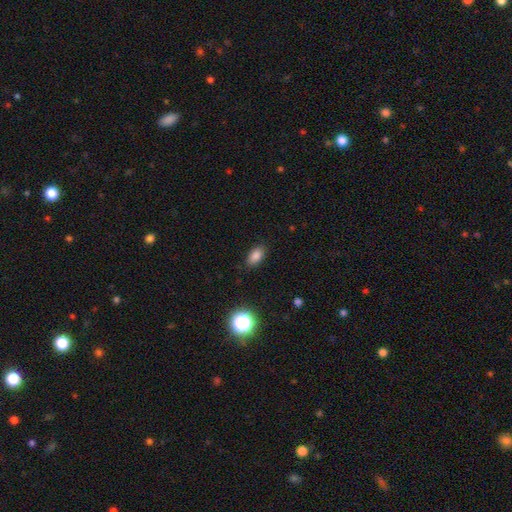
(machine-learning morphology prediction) A smooth galaxy with no disk features (83%) that is in between round and cigar-shaped (88%).

Vote fractions:
- Smooth or featured? smooth: 83% / star or artifact: 12% / featured or disk: 5%
- How rounded? in between: 88% / round: 9% / cigar-shaped: 3%
- Merging? none: 86% / minor disturbance: 10% / major disturbance: 3% / merger: 1%